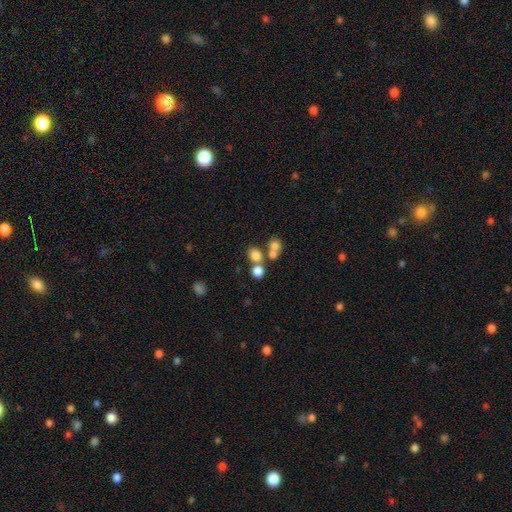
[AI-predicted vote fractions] Smooth or featured: smooth — 74% (star or artifact — 15%)
How rounded: round — 68% (in between — 31%)
Merging: none — 51% (merger — 37%)